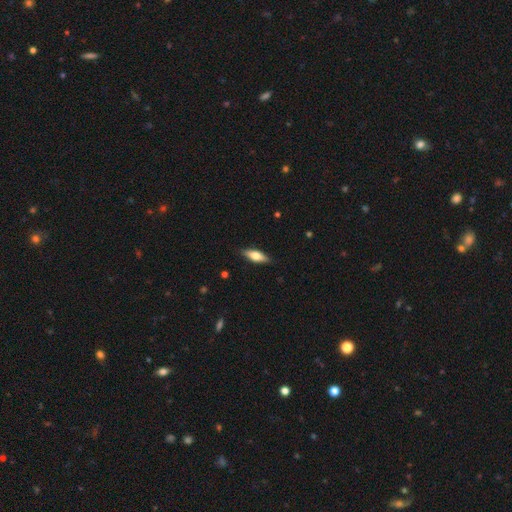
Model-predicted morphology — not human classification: smooth-or-featured: smooth: 60% | featured or disk: 34% | star or artifact: 6%
  how-rounded: in between: 59% | cigar-shaped: 38% | round: 3%
  merging: none: 87% | minor disturbance: 10% | major disturbance: 2% | merger: 1%